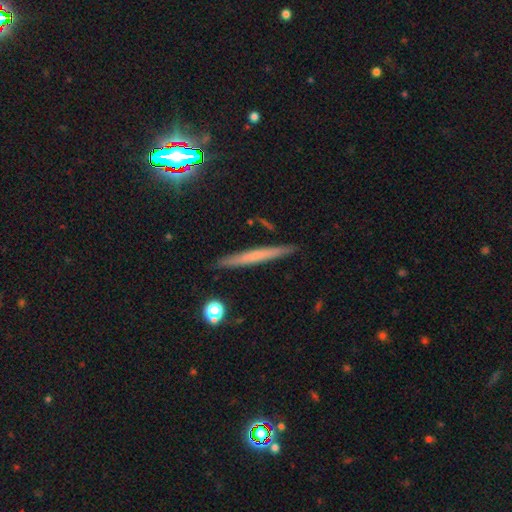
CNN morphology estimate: This is possibly a smooth galaxy (50%). How rounded: clearly cigar-shaped (96%). Merging: clearly none (90%).